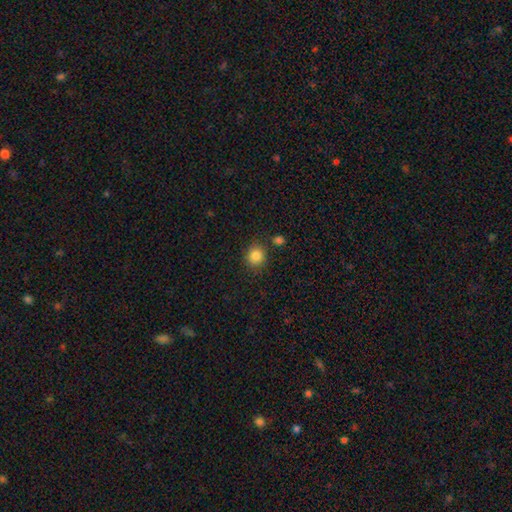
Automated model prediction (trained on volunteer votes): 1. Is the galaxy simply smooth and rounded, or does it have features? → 85% smooth, 11% star or artifact, 4% featured or disk.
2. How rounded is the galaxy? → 87% round, 12% in between, 1% cigar-shaped.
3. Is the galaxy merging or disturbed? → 83% none, 9% minor disturbance, 5% merger, 3% major disturbance.